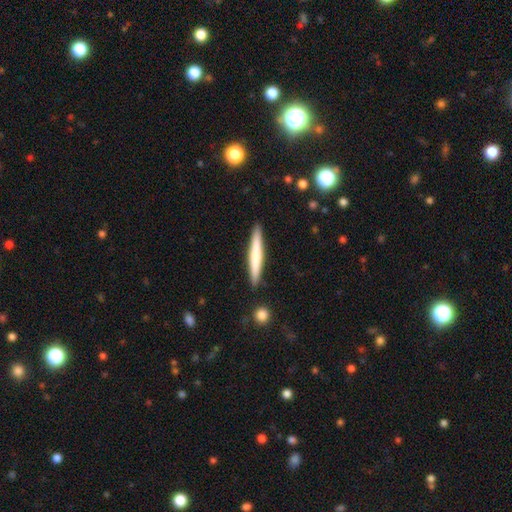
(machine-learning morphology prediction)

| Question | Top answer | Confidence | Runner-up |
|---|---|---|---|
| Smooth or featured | smooth | 60% | featured or disk (35%) |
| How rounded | cigar-shaped | 96% | in between (3%) |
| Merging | none | 90% | minor disturbance (7%) |